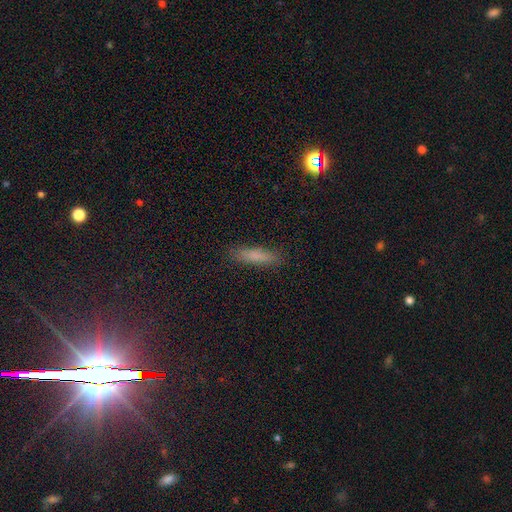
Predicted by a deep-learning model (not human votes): This appears to be a smooth galaxy with no disk features (78%) that is cigar-shaped (80%). Merging: none (88%).